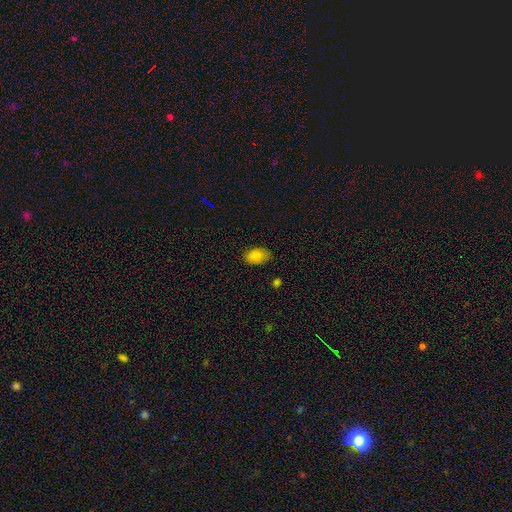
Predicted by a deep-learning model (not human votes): A smooth galaxy with no disk features (85%) that is in between round and cigar-shaped (89%). Merging: none (79%).